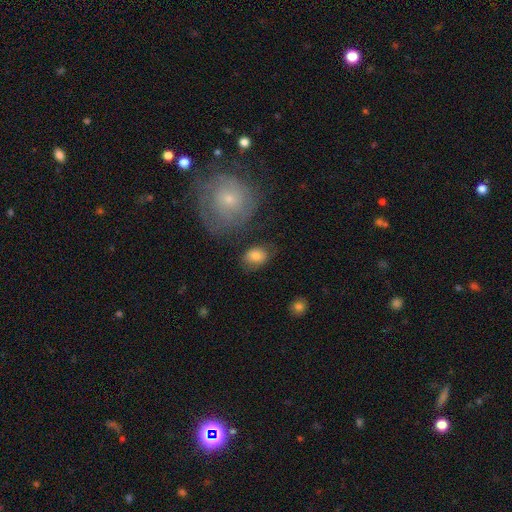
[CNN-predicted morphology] Q: Smooth or featured?
A: smooth (79%); runner-up: featured or disk (13%)
Q: How rounded?
A: in between (66%); runner-up: round (33%)
Q: Merging?
A: none (70%); runner-up: minor disturbance (18%)